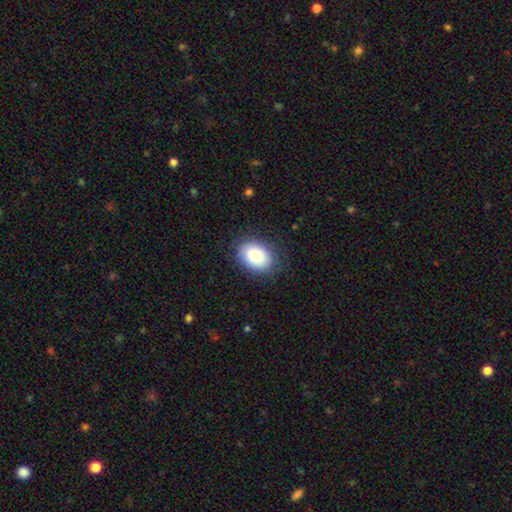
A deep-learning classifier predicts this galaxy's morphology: smooth 84%, featured or disk 9%, star or artifact 7%. Down the decision tree: how rounded — in between (77%); merging — none (84%).